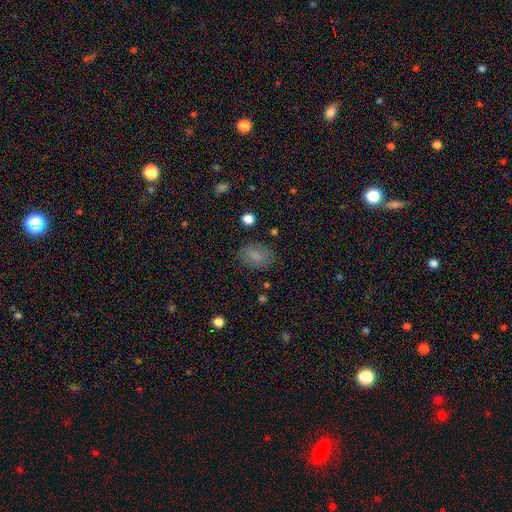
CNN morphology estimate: Q: Smooth or featured?
A: smooth (82%); runner-up: star or artifact (11%)
Q: How rounded?
A: in between (74%); runner-up: round (24%)
Q: Merging?
A: none (81%); runner-up: minor disturbance (13%)